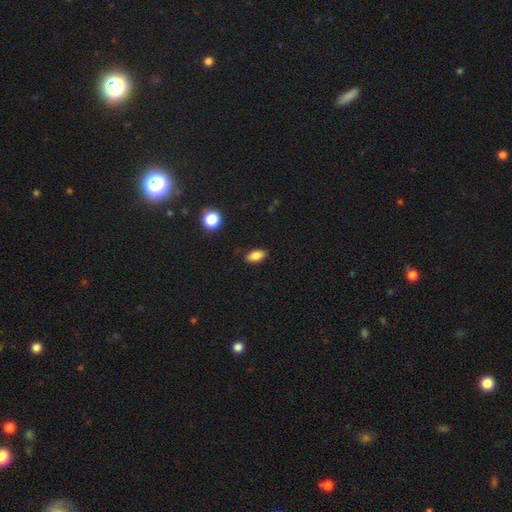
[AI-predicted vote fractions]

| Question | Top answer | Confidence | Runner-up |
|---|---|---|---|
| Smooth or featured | smooth | 84% | star or artifact (9%) |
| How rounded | in between | 89% | cigar-shaped (6%) |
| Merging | none | 86% | minor disturbance (11%) |